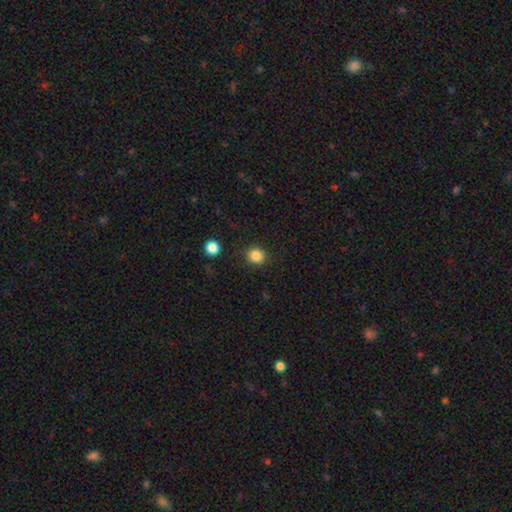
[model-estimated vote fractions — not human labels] The model was most divided on "smooth or featured": smooth: 84%, star or artifact: 12%, featured or disk: 4%. More confident: merging — none (89%); how rounded — round (89%).